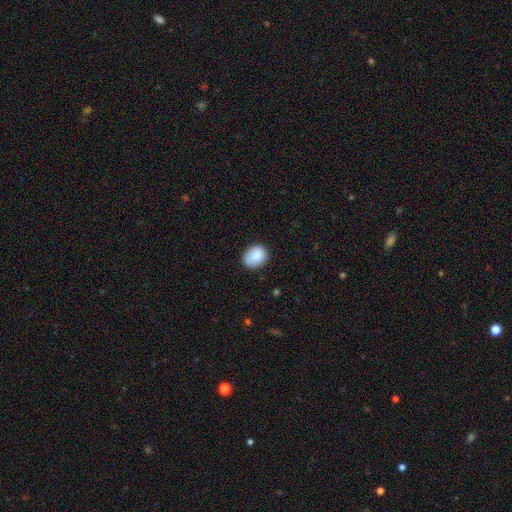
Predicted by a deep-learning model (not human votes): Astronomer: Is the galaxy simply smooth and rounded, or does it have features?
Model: smooth — 88%.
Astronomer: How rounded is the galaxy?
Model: in between — 53% (runner-up: round, 46%).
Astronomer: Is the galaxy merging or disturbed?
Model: none — 81%.